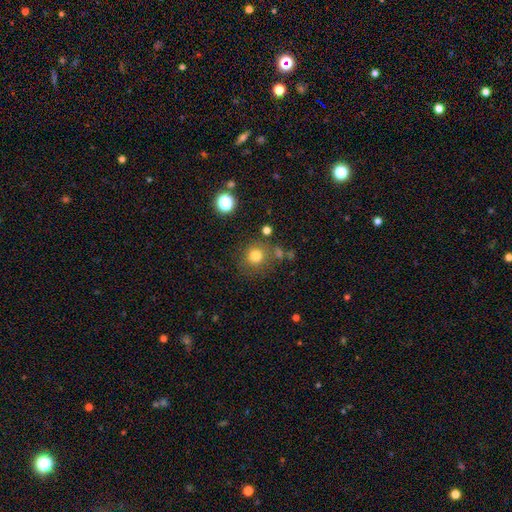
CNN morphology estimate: The model was most divided on "merging": none: 76%, minor disturbance: 12%, merger: 7%, major disturbance: 6%. More confident: how rounded — round (90%); smooth or featured — smooth (79%).